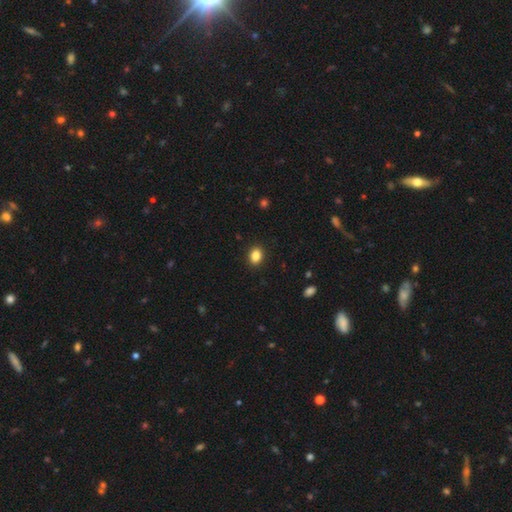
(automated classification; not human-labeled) Smooth or featured? Predicted: smooth (p=0.86). How rounded? Predicted: in between (p=0.65). Merging? Predicted: none (p=0.90).